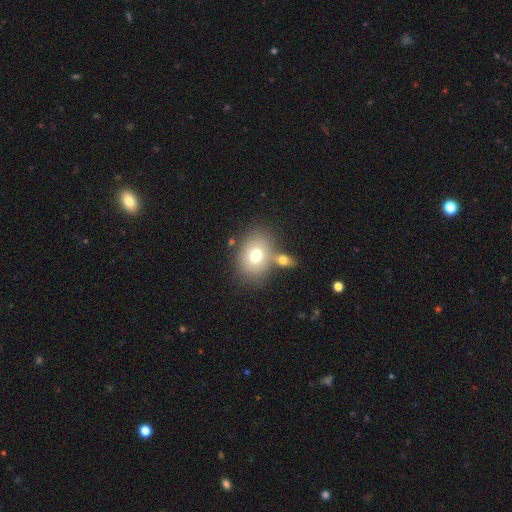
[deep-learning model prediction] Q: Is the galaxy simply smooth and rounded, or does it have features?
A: smooth — 72%.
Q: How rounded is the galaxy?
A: in between — 59%.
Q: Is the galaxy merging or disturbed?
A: none — 58%.